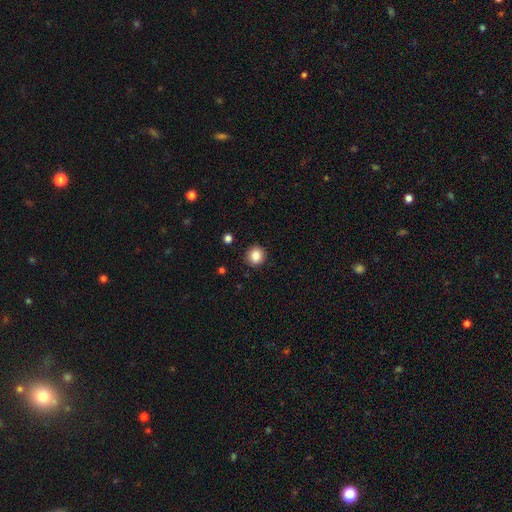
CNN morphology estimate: Overall: smooth (86%). How rounded: round (89%). Merging: none (91%).